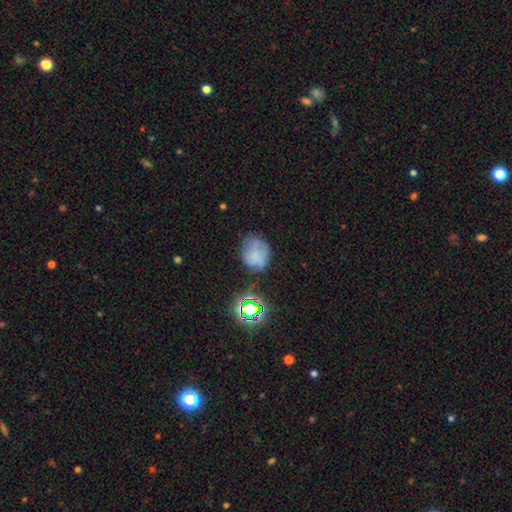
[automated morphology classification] This appears to be a smooth galaxy with no disk features (66%) that is round (63%). Merging: none (53%).